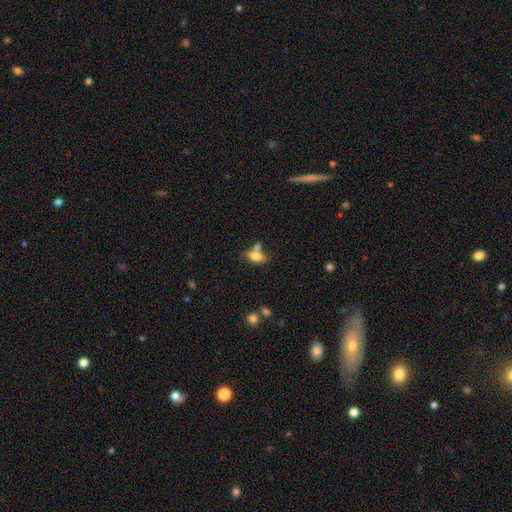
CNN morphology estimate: Overall: smooth (71%). How rounded: in between (82%). Merging: none (53%; merger 28%).